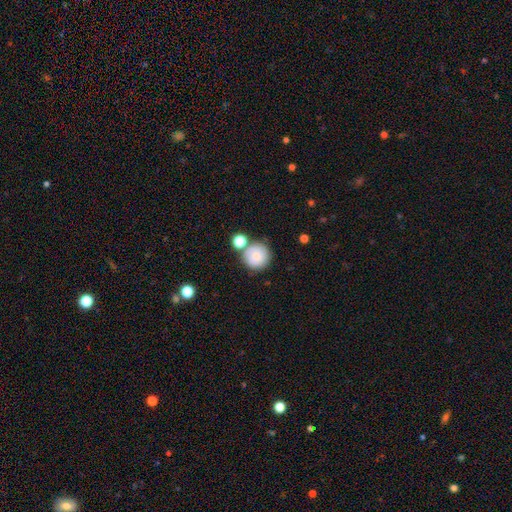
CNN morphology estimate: The model was most divided on "merging": none: 63%, merger: 20%, minor disturbance: 12%, major disturbance: 4%. More confident: how rounded — round (93%); smooth or featured — smooth (78%).